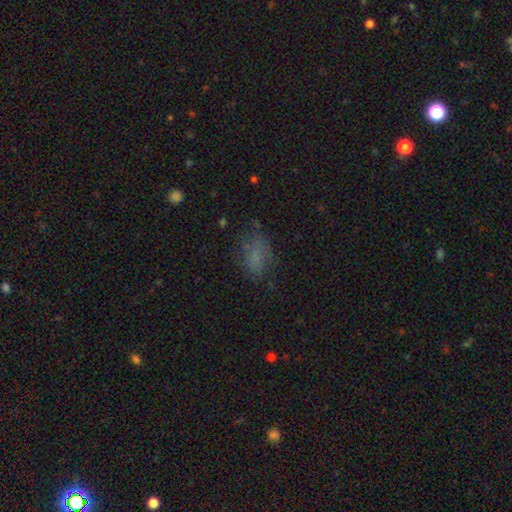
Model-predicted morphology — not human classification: A smooth galaxy with no disk features (65%) that is in between round and cigar-shaped (84%).

Vote fractions:
- Smooth or featured? smooth: 65% / star or artifact: 18% / featured or disk: 17%
- How rounded? in between: 84% / round: 10% / cigar-shaped: 5%
- Merging? none: 57% / minor disturbance: 24% / major disturbance: 17% / merger: 3%